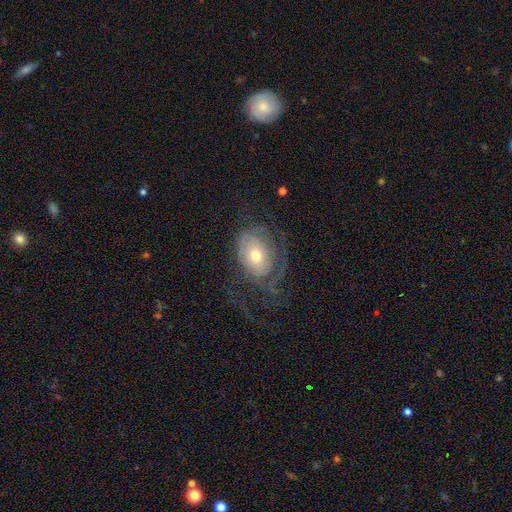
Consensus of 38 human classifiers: This appears to be a featured or disk galaxy (74%) with no bar (54%), 3 (38%) medium (46%) spiral arms (86%) and a moderate central bulge (71%). Merging: none (56%).